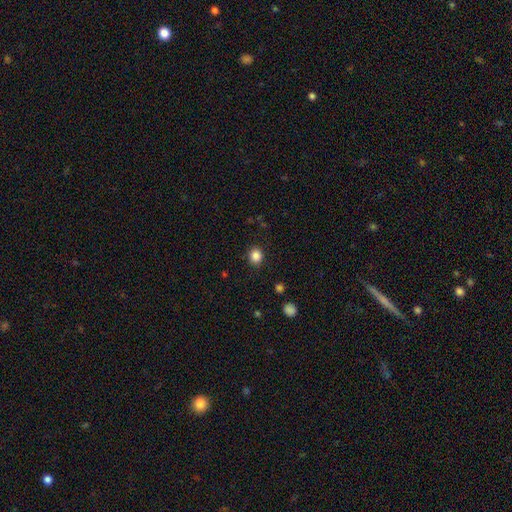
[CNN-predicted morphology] Smooth or featured? Predicted: smooth (p=0.86). How rounded? Predicted: round (p=0.78). Merging? Predicted: none (p=0.89).